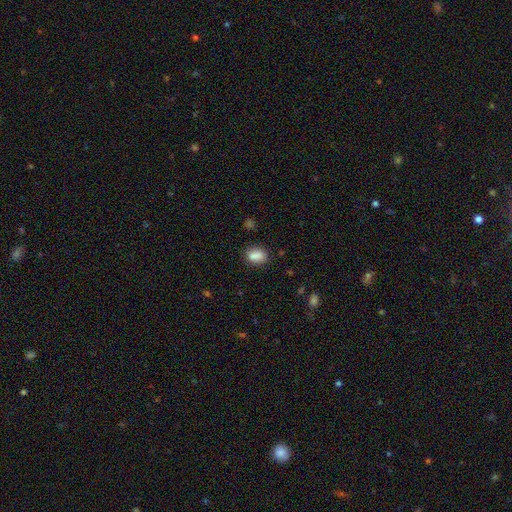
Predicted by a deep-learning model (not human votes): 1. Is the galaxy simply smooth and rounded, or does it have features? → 86% smooth, 9% star or artifact, 5% featured or disk.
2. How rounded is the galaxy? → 78% in between, 19% round, 3% cigar-shaped.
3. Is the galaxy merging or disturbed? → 77% none, 15% minor disturbance, 5% merger, 4% major disturbance.